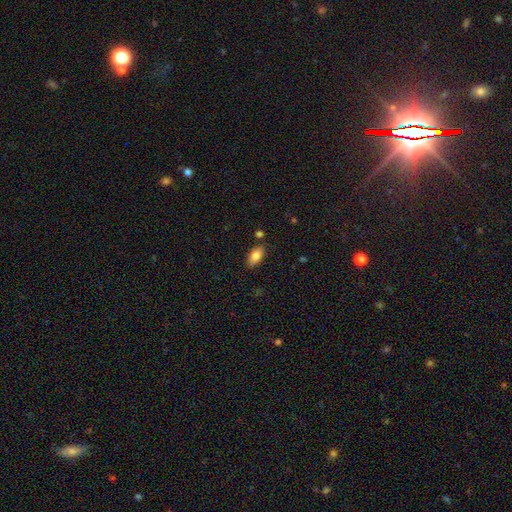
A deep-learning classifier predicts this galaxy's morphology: This is clearly a smooth galaxy (82%). How rounded: clearly in between (92%). Merging: clearly none (83%).